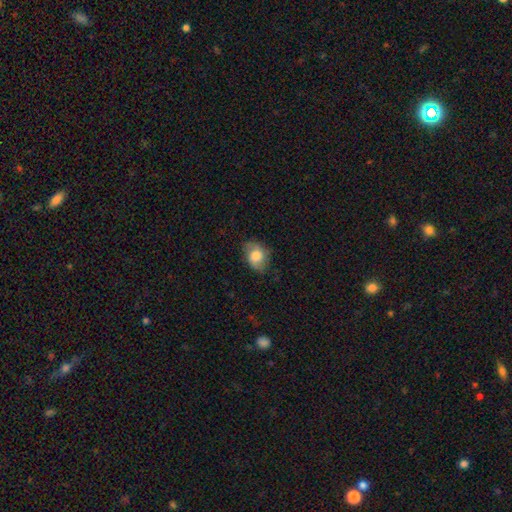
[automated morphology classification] This is likely a smooth galaxy (72%). How rounded: likely in between (68%). Merging: likely none (69%).